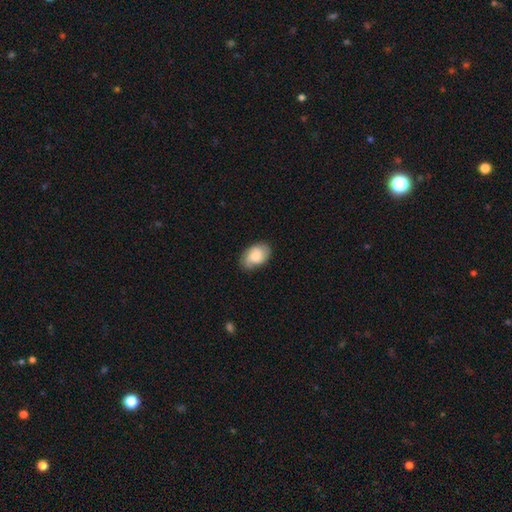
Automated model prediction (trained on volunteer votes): Overall: smooth (61%; featured or disk 32%). How rounded: in between (87%). Merging: none (76%).